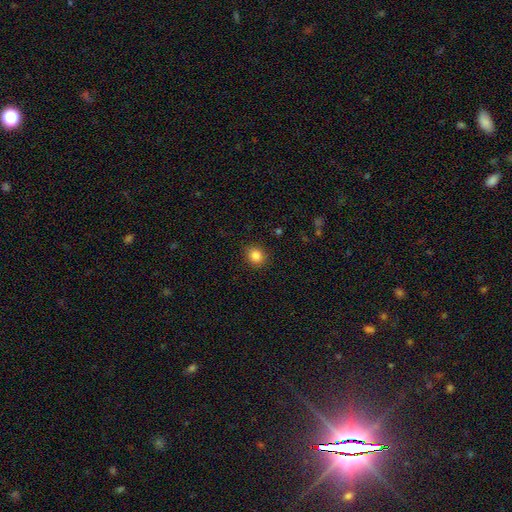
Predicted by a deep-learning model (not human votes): Smooth or featured? Predicted: smooth (p=0.86). How rounded? Predicted: round (p=0.75). Merging? Predicted: none (p=0.90).